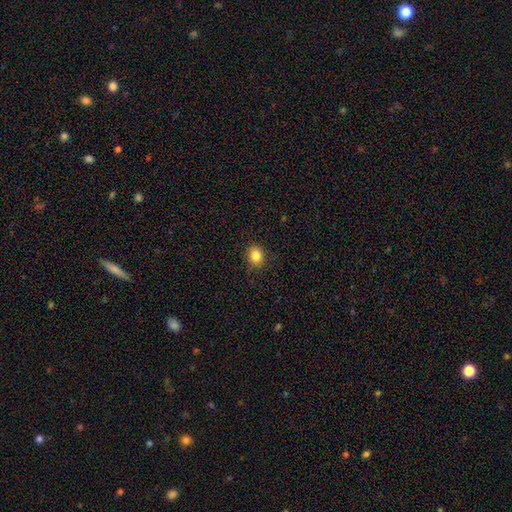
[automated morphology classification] Smooth or featured?
  - smooth: 84% *
  - star or artifact: 11%
  - featured or disk: 5%
How rounded?
  - round: 53% *
  - in between: 46%
  - cigar-shaped: 1%
Merging?
  - none: 88% *
  - minor disturbance: 9%
  - major disturbance: 2%
  - merger: 1%